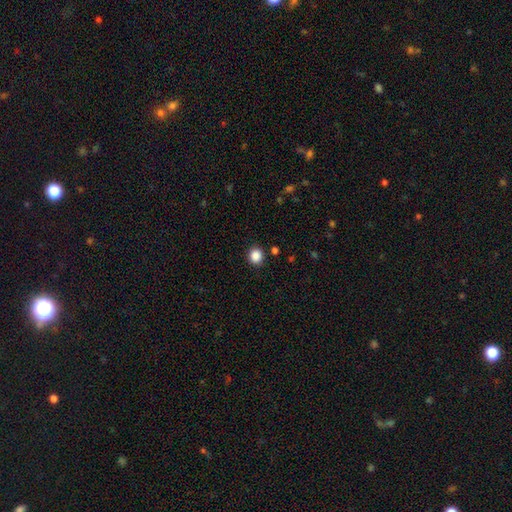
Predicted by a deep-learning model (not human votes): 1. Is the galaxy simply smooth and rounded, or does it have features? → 87% smooth, 10% star or artifact, 3% featured or disk.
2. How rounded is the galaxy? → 85% round, 14% in between, 1% cigar-shaped.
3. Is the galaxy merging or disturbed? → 88% none, 7% minor disturbance, 2% major disturbance, 2% merger.